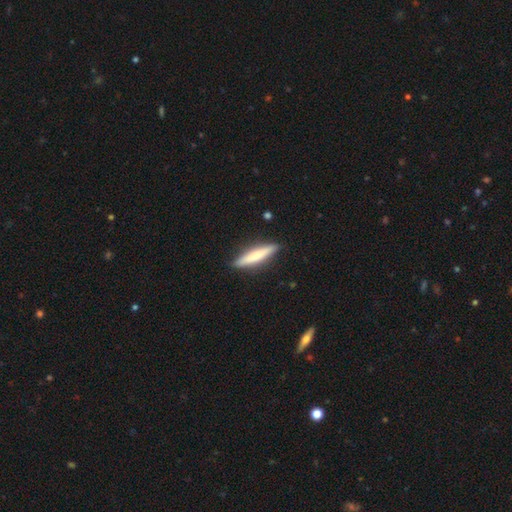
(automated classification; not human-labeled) Smooth or featured? Predicted: smooth (p=0.66). How rounded? Predicted: cigar-shaped (p=0.86). Merging? Predicted: none (p=0.89).